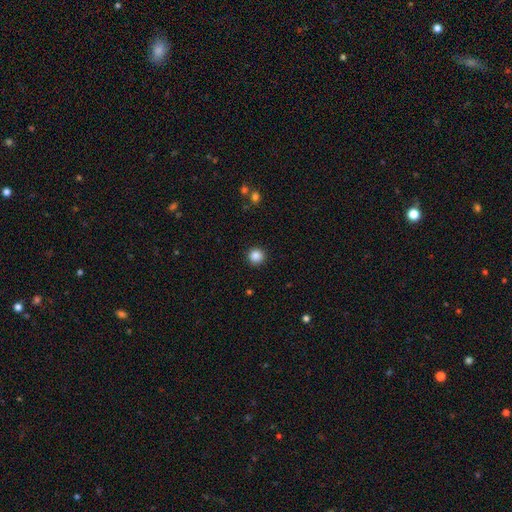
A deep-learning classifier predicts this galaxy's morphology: A smooth galaxy with no disk features (87%) that is round (95%).

Vote fractions:
- Smooth or featured? smooth: 87% / star or artifact: 10% / featured or disk: 3%
- How rounded? round: 95% / in between: 4% / cigar-shaped: 1%
- Merging? none: 92% / minor disturbance: 5% / major disturbance: 2% / merger: 1%